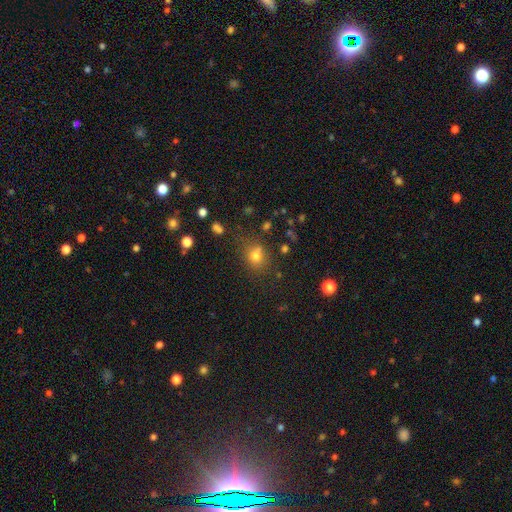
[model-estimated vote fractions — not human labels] smooth 72%, star or artifact 18%, featured or disk 10%. Down the decision tree: how rounded — round (66%); merging — none (72%).